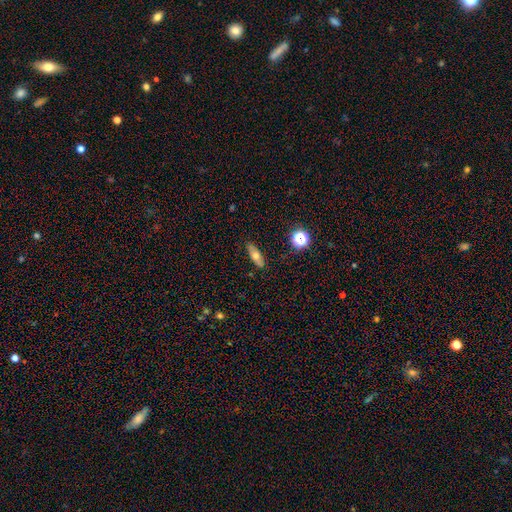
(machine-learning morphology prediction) Smooth or featured: smooth — 59% (featured or disk — 31%)
How rounded: in between — 57% (cigar-shaped — 37%)
Merging: none — 86% (minor disturbance — 10%)